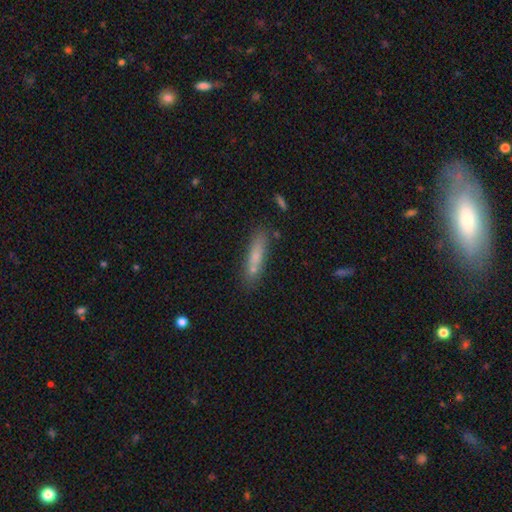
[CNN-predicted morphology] Q: Smooth or featured?
A: smooth (70%); runner-up: featured or disk (20%)
Q: How rounded?
A: cigar-shaped (81%); runner-up: in between (17%)
Q: Merging?
A: none (72%); runner-up: minor disturbance (14%)